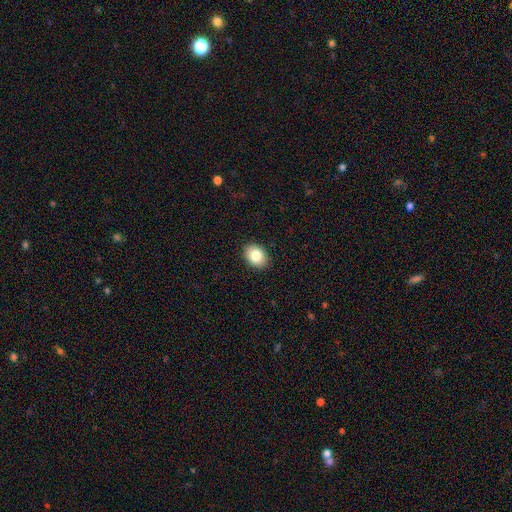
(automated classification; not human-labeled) A smooth galaxy with no disk features (84%) that is in between round and cigar-shaped (67%). Merging: none (90%).